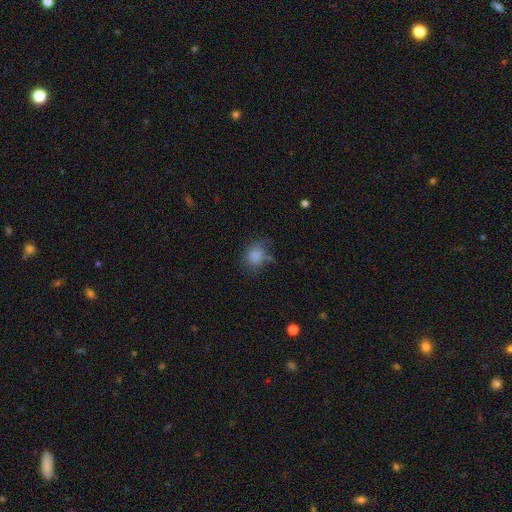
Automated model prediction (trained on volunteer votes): Smooth or featured? smooth (80%)
How rounded? in between (50%)
Merging? none (54%)